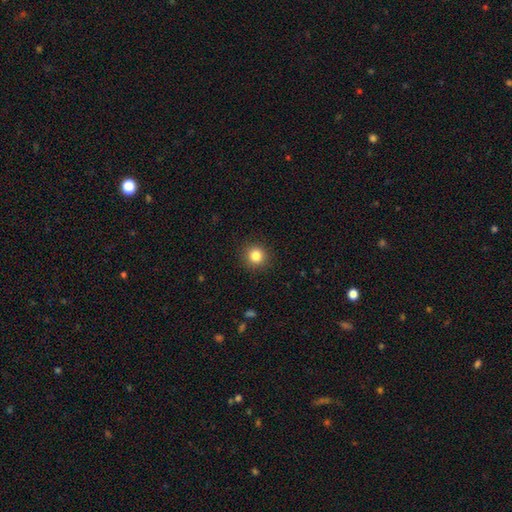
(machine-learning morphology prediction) This is clearly a smooth galaxy (84%). How rounded: clearly round (93%). Merging: clearly none (92%).